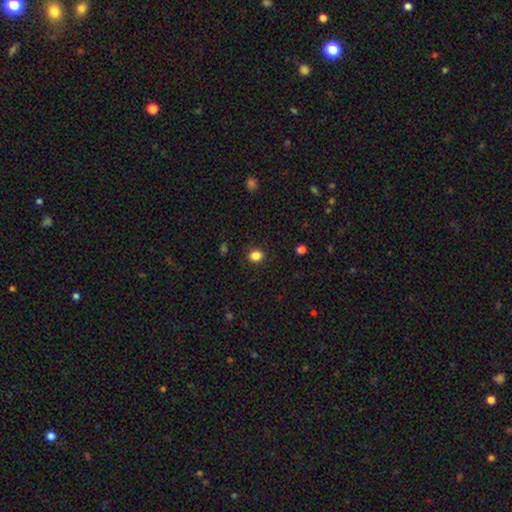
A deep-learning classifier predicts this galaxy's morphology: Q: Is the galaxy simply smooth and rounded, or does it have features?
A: smooth — 85%.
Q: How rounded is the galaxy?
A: round — 69%.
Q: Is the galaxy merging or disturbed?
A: none — 89%.